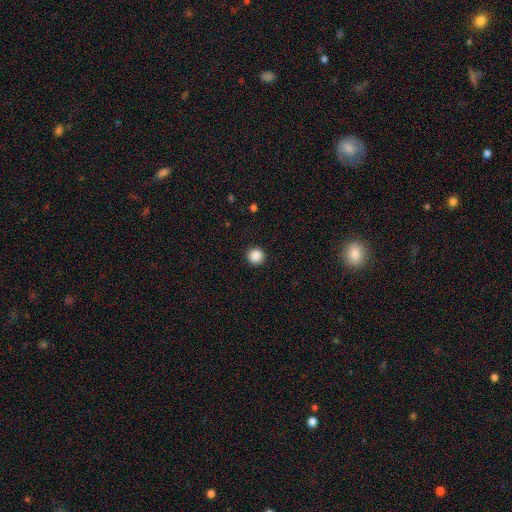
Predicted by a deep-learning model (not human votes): Smooth or featured: smooth — 88% (star or artifact — 10%)
How rounded: round — 95% (in between — 4%)
Merging: none — 92% (minor disturbance — 5%)